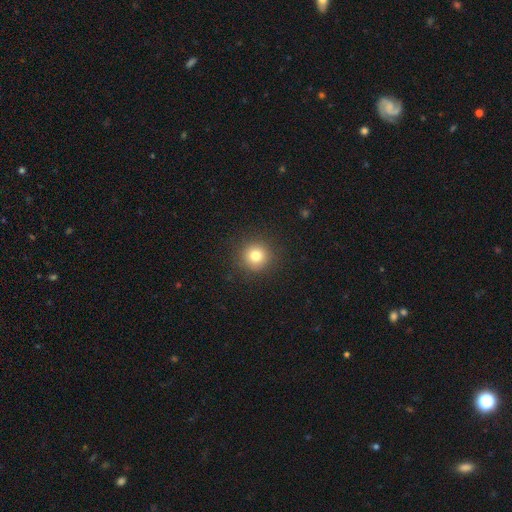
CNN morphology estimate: Q: Smooth or featured?
A: smooth (79%); runner-up: star or artifact (13%)
Q: How rounded?
A: round (95%); runner-up: in between (4%)
Q: Merging?
A: none (91%); runner-up: minor disturbance (6%)